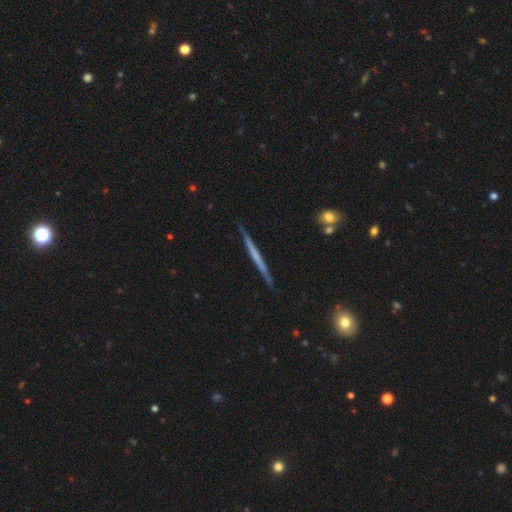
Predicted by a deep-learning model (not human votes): This is likely a featured or disk galaxy (61%). It is clearly viewed edge-on (98%). Edge-on bulge: clearly none (87%). Merging: clearly none (89%).